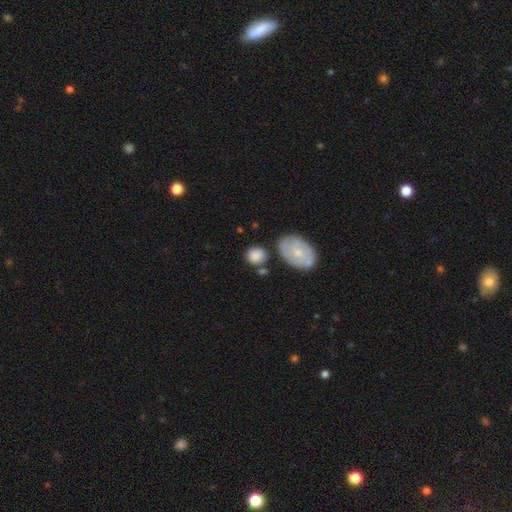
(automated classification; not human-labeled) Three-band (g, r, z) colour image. It shows a smooth galaxy with no disk features (83%) that is round (74%). Merging: none (67%).